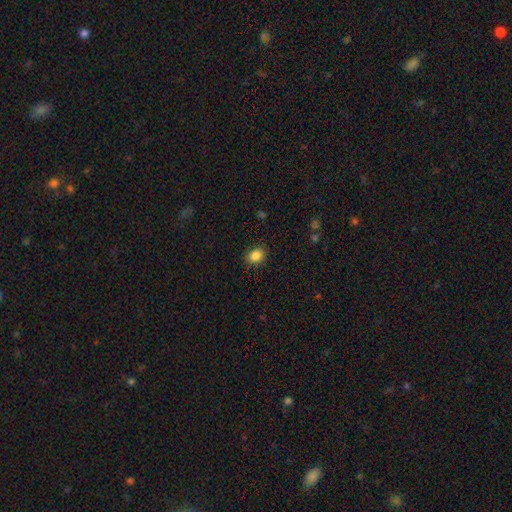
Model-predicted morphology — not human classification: Smooth or featured? Predicted: smooth (p=0.86). How rounded? Predicted: in between (p=0.61). Merging? Predicted: none (p=0.87).